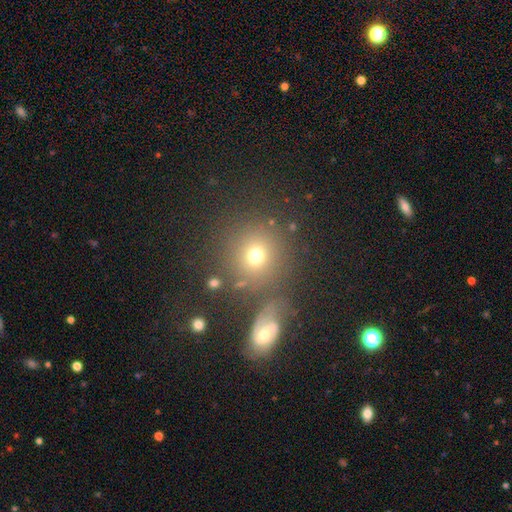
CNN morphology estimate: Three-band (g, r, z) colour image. It shows a smooth galaxy with no disk features (71%) that is round (87%). Merging: none (69%).